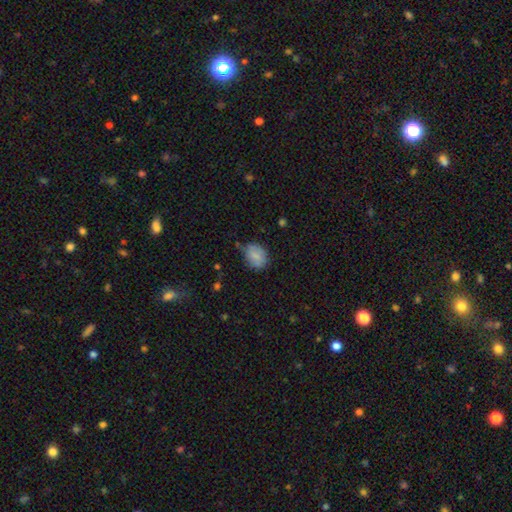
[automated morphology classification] smooth 79%, featured or disk 13%, star or artifact 8%. Down the decision tree: how rounded — in between (55%); merging — none (63%).